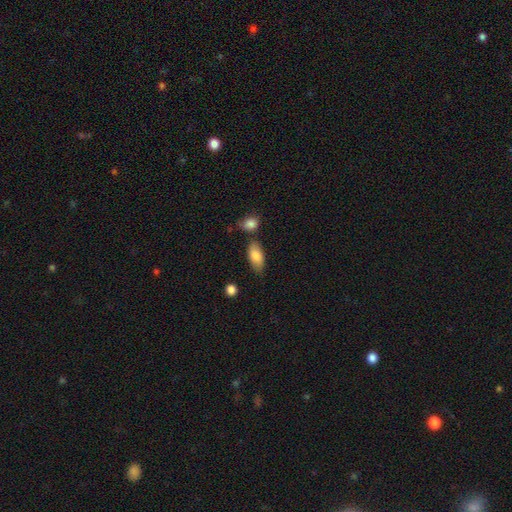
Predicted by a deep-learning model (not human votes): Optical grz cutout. It shows a smooth galaxy with no disk features (82%) that is in between round and cigar-shaped (90%). Merging: none (72%).